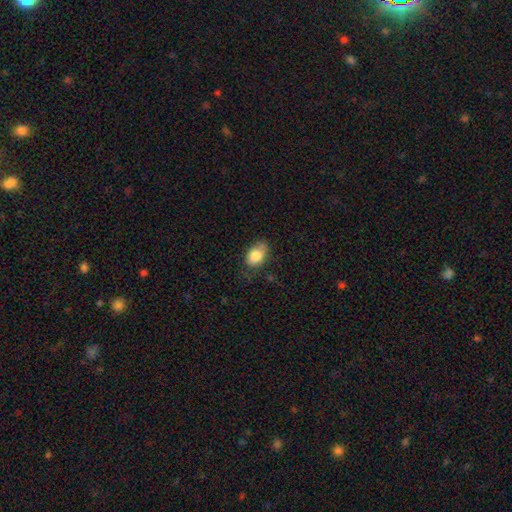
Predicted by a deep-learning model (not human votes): Morphology: type=smooth (83%); roundness=in between (84%); merging=none (68%).